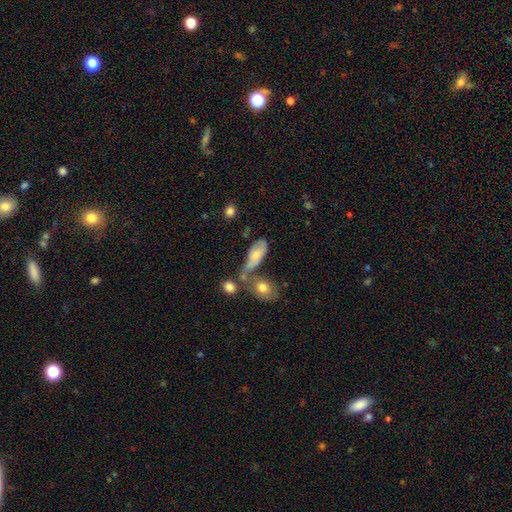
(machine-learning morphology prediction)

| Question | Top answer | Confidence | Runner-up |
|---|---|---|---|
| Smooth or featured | smooth | 68% | featured or disk (24%) |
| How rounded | in between | 83% | cigar-shaped (13%) |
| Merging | merger | 35% | none (30%) |